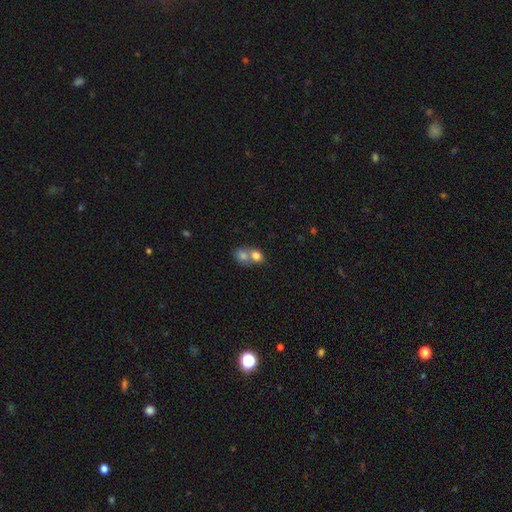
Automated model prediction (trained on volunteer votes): A smooth galaxy with no disk features (78%) that is in between round and cigar-shaped (50%). Merging: merger (70%).